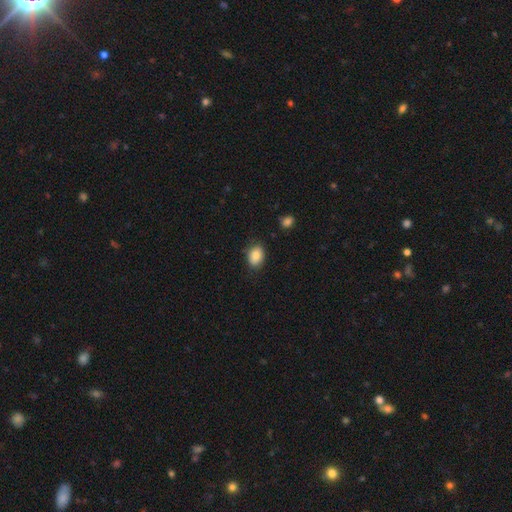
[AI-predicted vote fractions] Q: Smooth or featured?
A: smooth (83%); runner-up: featured or disk (9%)
Q: How rounded?
A: in between (75%); runner-up: round (24%)
Q: Merging?
A: none (79%); runner-up: minor disturbance (16%)